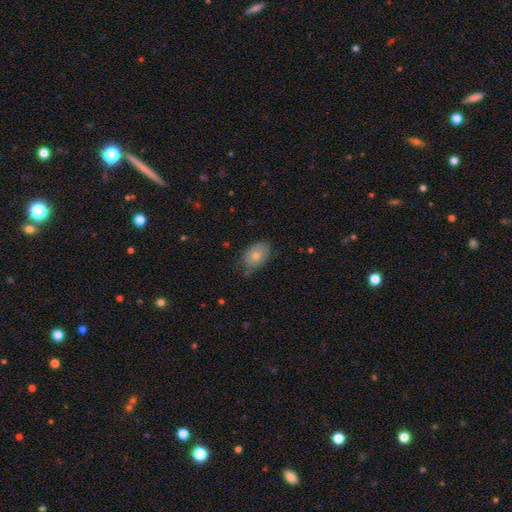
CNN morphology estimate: Smooth or featured? Predicted: smooth (p=0.67). How rounded? Predicted: in between (p=0.81). Merging? Predicted: none (p=0.74).